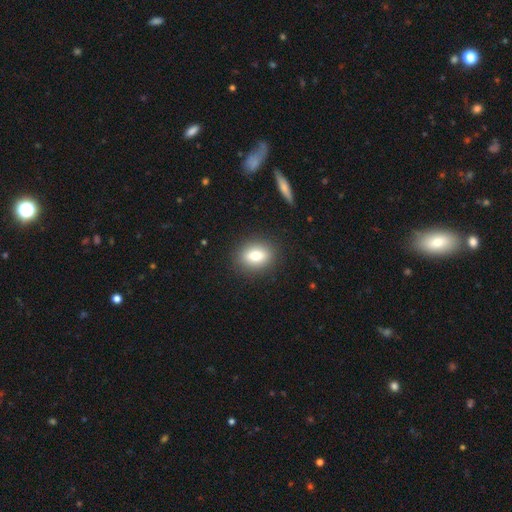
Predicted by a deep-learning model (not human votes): smooth 77%, featured or disk 14%, star or artifact 9%. Down the decision tree: how rounded — in between (61%); merging — none (89%).